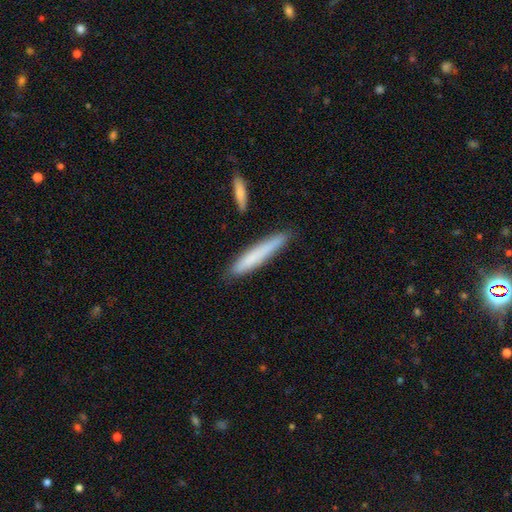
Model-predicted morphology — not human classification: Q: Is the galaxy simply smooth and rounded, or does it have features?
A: smooth — 74%.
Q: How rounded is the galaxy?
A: cigar-shaped — 93%.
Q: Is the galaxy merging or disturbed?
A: none — 82%.